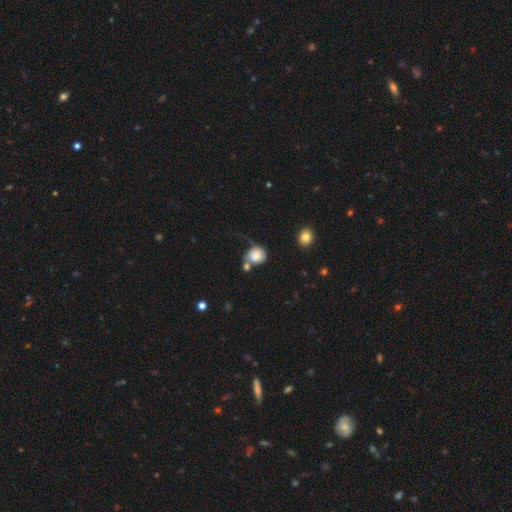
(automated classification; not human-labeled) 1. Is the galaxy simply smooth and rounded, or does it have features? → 77% smooth, 14% featured or disk, 9% star or artifact.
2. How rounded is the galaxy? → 80% round, 19% in between, 1% cigar-shaped.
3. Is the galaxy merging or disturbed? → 44% none, 23% merger, 20% minor disturbance, 13% major disturbance.